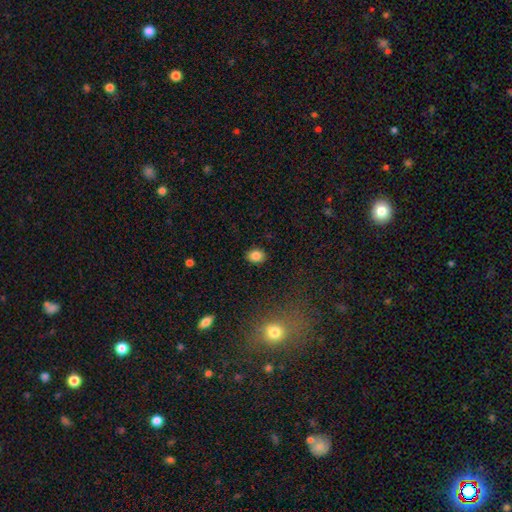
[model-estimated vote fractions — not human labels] A smooth galaxy with no disk features (85%) that is in between round and cigar-shaped (50%). Merging: none (89%).